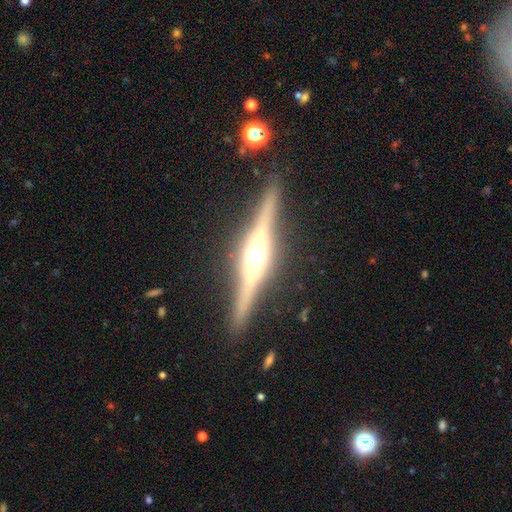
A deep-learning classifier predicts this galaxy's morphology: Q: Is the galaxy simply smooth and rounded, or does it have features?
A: featured or disk — 87%.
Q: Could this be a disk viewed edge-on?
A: yes — 98%.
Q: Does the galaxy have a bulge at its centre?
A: rounded — 78%.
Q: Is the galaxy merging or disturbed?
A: none — 89%.